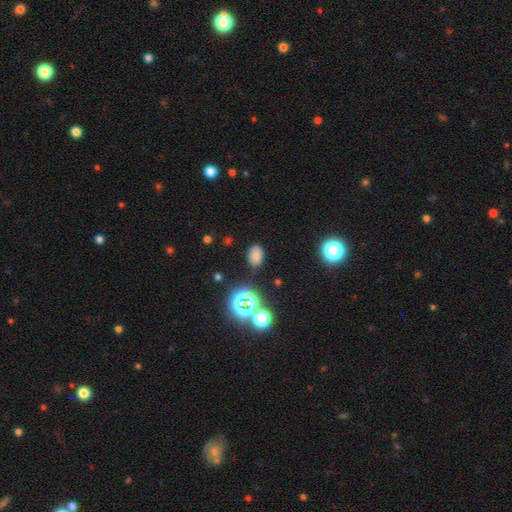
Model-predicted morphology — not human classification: smooth-or-featured: smooth: 69% | star or artifact: 23% | featured or disk: 9%
  how-rounded: in between: 82% | round: 17% | cigar-shaped: 1%
  merging: none: 82% | minor disturbance: 12% | major disturbance: 4% | merger: 2%